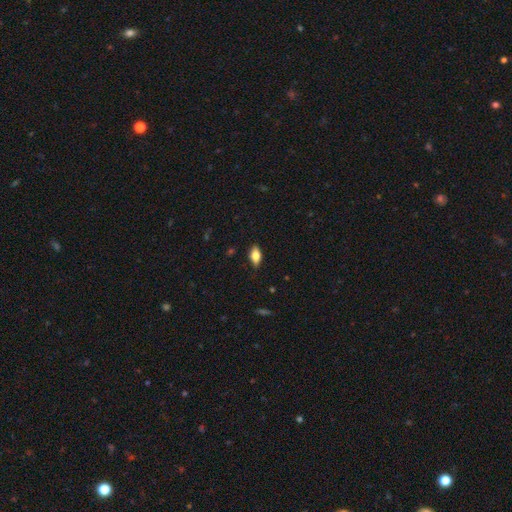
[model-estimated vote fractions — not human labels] This appears to be a smooth galaxy with no disk features (74%) that is in between round and cigar-shaped (87%). Merging: none (83%).